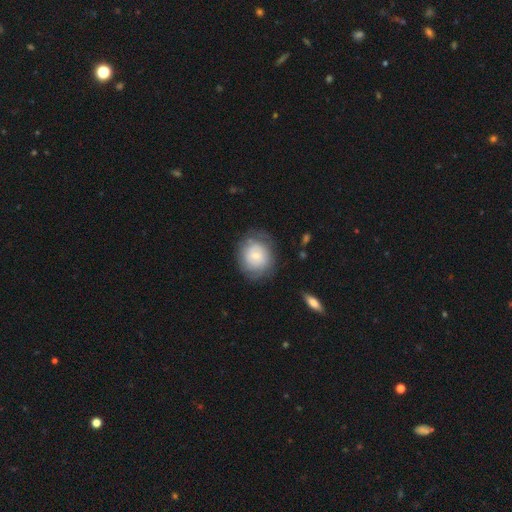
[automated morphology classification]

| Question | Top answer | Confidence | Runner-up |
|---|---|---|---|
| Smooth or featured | smooth | 56% | featured or disk (36%) |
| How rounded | round | 77% | in between (22%) |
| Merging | none | 72% | minor disturbance (18%) |